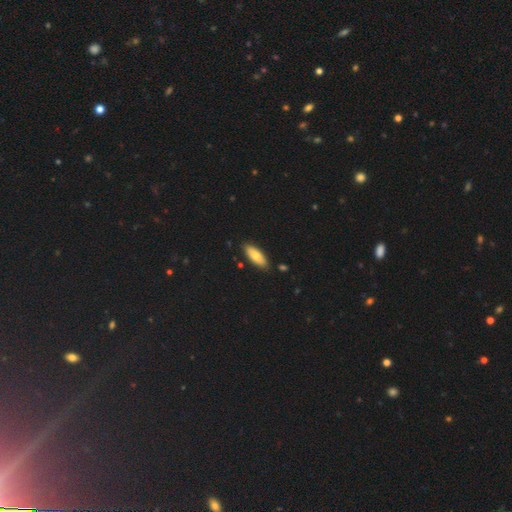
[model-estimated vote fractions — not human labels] Overall: smooth (73%). How rounded: in between (76%). Merging: none (87%).